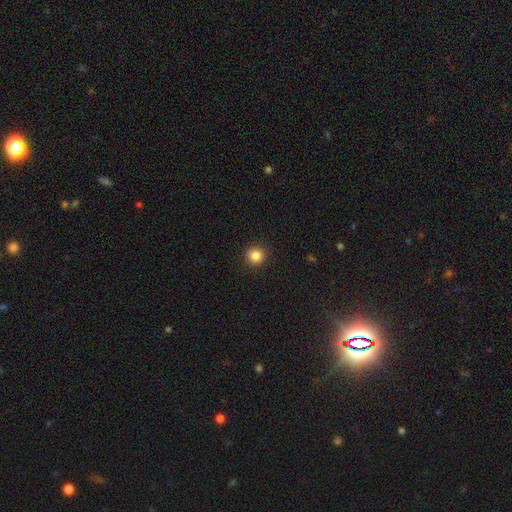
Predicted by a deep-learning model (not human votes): This is clearly a smooth galaxy (85%). How rounded: clearly round (94%). Merging: clearly none (92%).